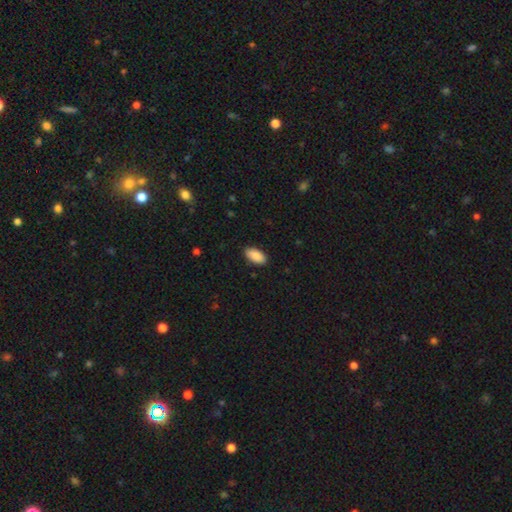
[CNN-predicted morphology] A smooth galaxy with no disk features (90%) that is in between round and cigar-shaped (94%).

Vote fractions:
- Smooth or featured? smooth: 90% / star or artifact: 6% / featured or disk: 4%
- How rounded? in between: 94% / cigar-shaped: 4% / round: 2%
- Merging? none: 89% / minor disturbance: 8% / major disturbance: 2% / merger: 1%